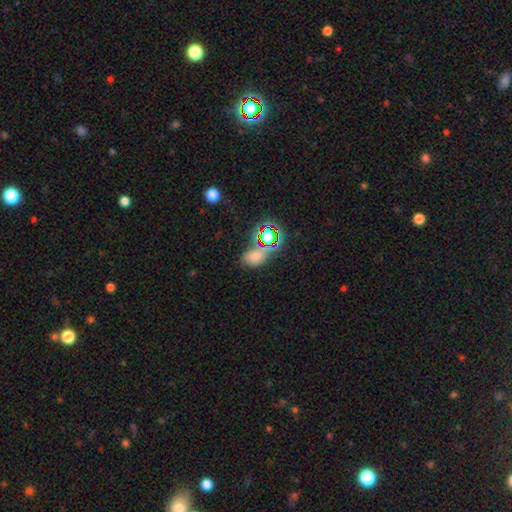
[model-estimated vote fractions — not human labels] Q: Smooth or featured?
A: smooth (55%); runner-up: star or artifact (34%)
Q: How rounded?
A: in between (77%); runner-up: round (21%)
Q: Merging?
A: none (54%); runner-up: minor disturbance (20%)